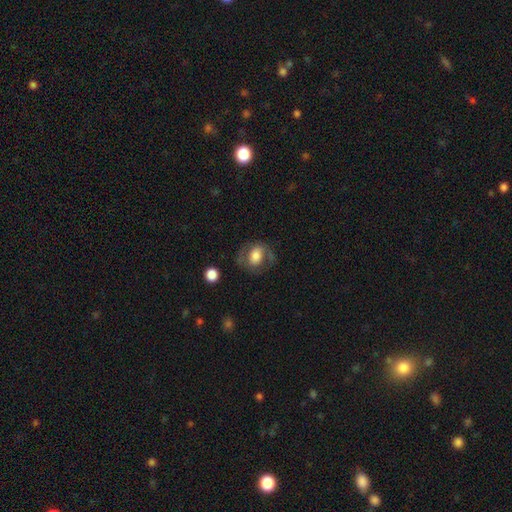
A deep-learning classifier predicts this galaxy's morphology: Smooth or featured? smooth (56%)
How rounded? in between (58%)
Merging? none (63%)